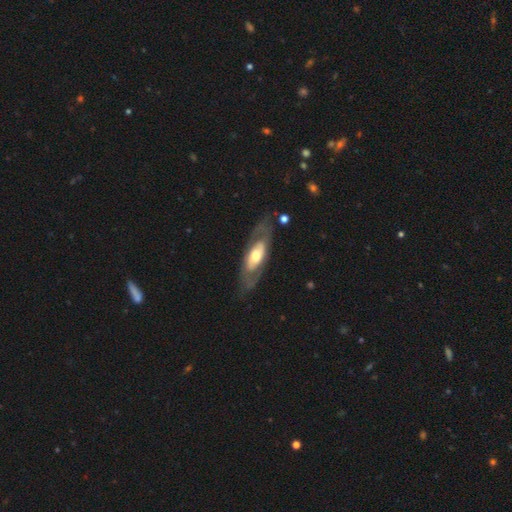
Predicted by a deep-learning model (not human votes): Smooth or featured? featured or disk (63%)
Edge-on disk? no (80%)
Bar? no (72%)
Spiral arms? no (65%)
Bulge size? moderate (59%)
Merging? none (73%)